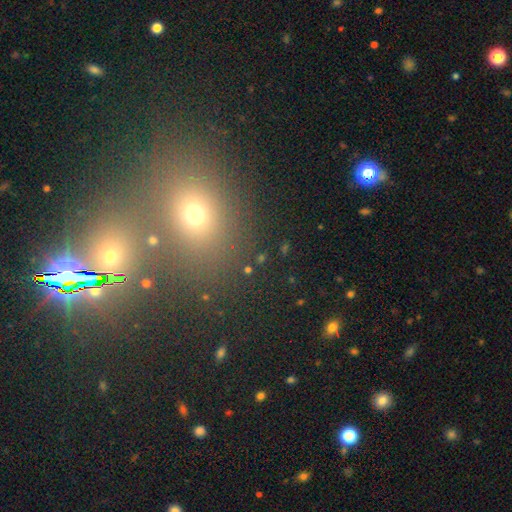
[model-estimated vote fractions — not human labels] This appears to be a smooth galaxy with no disk features (45%, tied with star or artifact). Merging: none (72%).